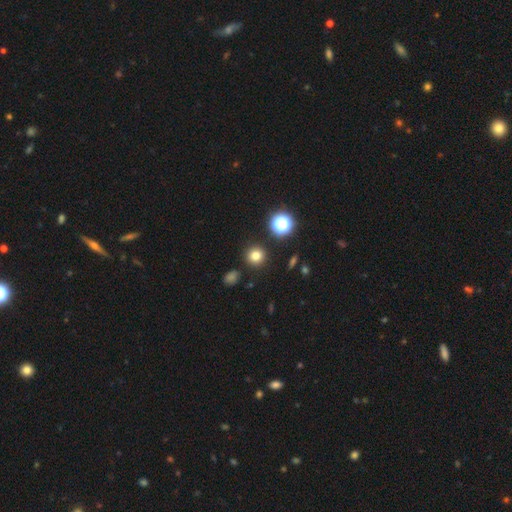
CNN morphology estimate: This is likely a smooth galaxy (78%). How rounded: clearly round (93%). Merging: clearly none (90%).